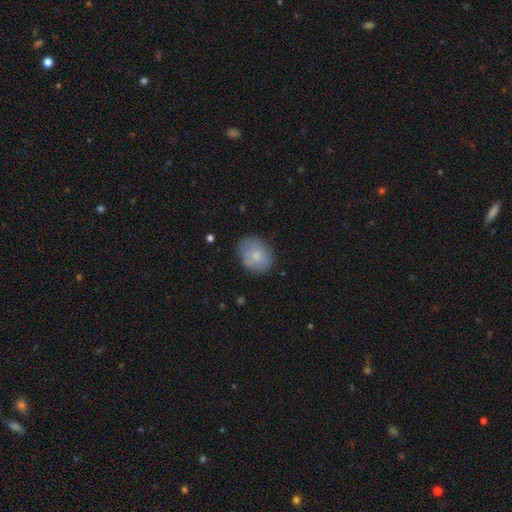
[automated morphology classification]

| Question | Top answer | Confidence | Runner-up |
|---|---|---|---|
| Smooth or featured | smooth | 72% | featured or disk (21%) |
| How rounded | round | 56% | in between (43%) |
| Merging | none | 67% | minor disturbance (23%) |